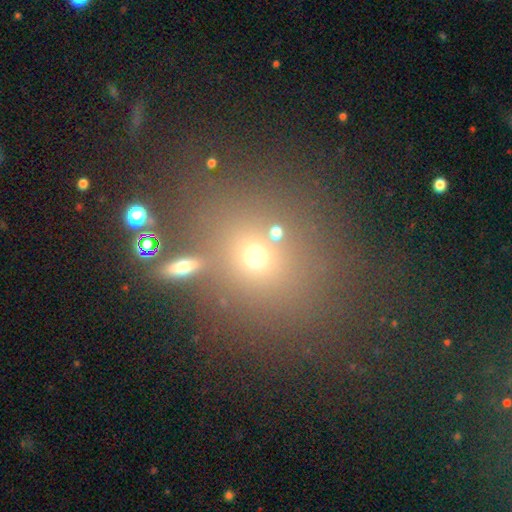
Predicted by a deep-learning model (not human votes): A smooth galaxy with no disk features (59%) that is round (69%).

Vote fractions:
- Smooth or featured? smooth: 59% / star or artifact: 29% / featured or disk: 13%
- How rounded? round: 69% / in between: 29% / cigar-shaped: 1%
- Merging? none: 71% / merger: 12% / minor disturbance: 11% / major disturbance: 6%